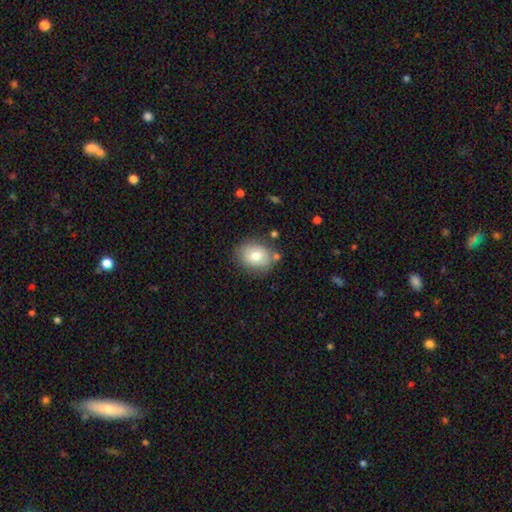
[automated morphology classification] A smooth galaxy with no disk features (75%) that is round (50%, tied with in between).

Vote fractions:
- Smooth or featured? smooth: 75% / featured or disk: 17% / star or artifact: 9%
- How rounded? round: 50% (tied) / in between: 50% (tied) / cigar-shaped: 1%
- Merging? none: 77% / minor disturbance: 15% / merger: 5% / major disturbance: 4%